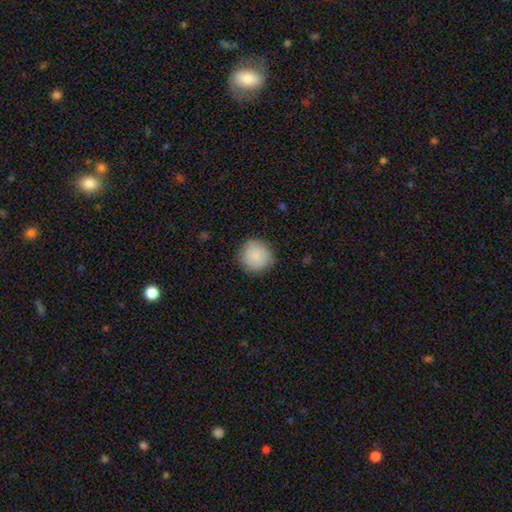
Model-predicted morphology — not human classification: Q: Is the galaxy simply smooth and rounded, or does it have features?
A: smooth — 87%.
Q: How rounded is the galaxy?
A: round — 94%.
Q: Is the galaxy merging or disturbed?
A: none — 87%.